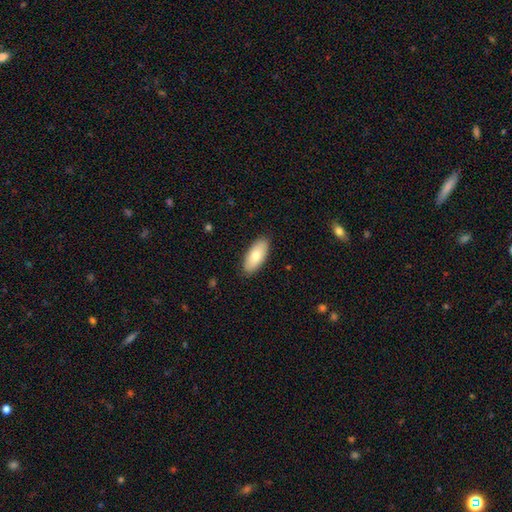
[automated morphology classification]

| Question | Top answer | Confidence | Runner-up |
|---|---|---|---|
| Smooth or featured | smooth | 77% | featured or disk (17%) |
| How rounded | in between | 89% | cigar-shaped (9%) |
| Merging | none | 88% | minor disturbance (9%) |